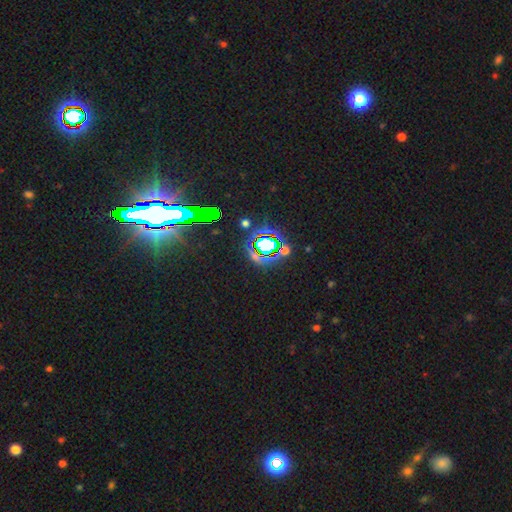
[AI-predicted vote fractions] This appears to be a star or artifact, not a galaxy (66%).